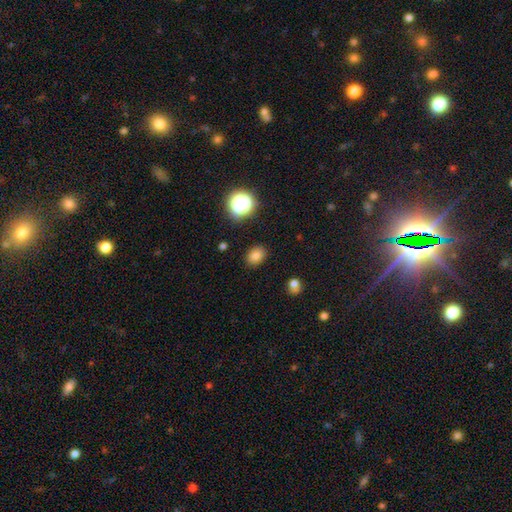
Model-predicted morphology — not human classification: A smooth galaxy with no disk features (81%) that is in between round and cigar-shaped (62%).

Vote fractions:
- Smooth or featured? smooth: 81% / star or artifact: 14% / featured or disk: 5%
- How rounded? in between: 62% / round: 37% / cigar-shaped: 1%
- Merging? none: 87% / minor disturbance: 9% / major disturbance: 3% / merger: 2%